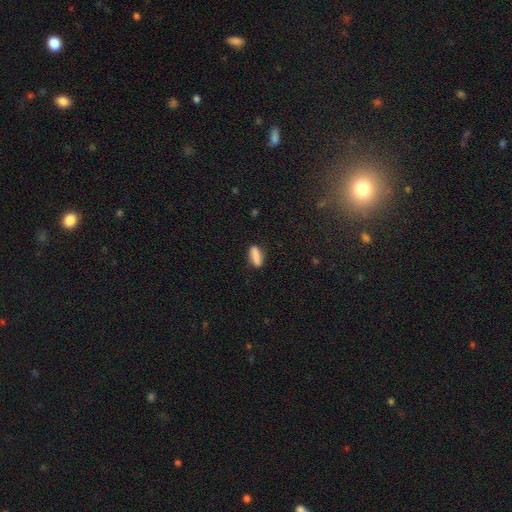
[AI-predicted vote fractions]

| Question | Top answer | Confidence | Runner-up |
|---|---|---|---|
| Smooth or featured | smooth | 84% | featured or disk (9%) |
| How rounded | in between | 56% | cigar-shaped (41%) |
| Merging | none | 82% | minor disturbance (13%) |